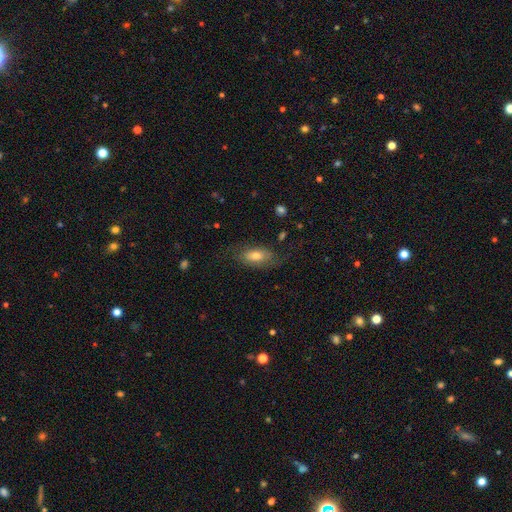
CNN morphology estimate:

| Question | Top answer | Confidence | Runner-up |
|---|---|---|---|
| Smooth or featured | smooth | 55% | featured or disk (36%) |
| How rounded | in between | 85% | cigar-shaped (10%) |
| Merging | none | 64% | minor disturbance (20%) |